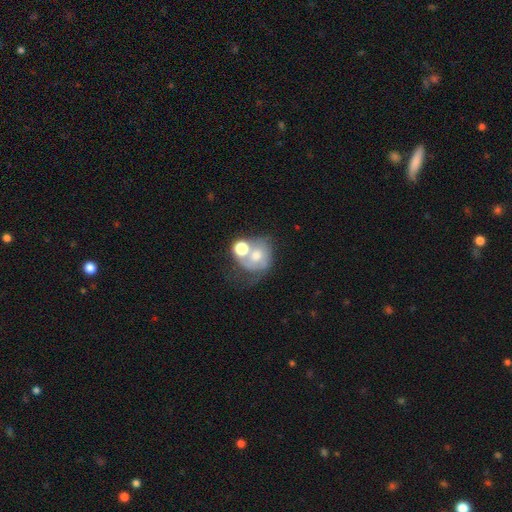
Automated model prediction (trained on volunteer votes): This appears to be a smooth galaxy with no disk features (49%). Merging: merger (42%).